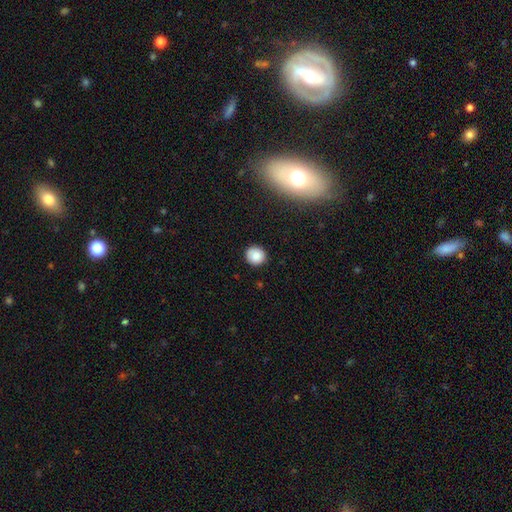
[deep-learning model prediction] A smooth galaxy with no disk features (84%) that is round (91%). Merging: none (88%).